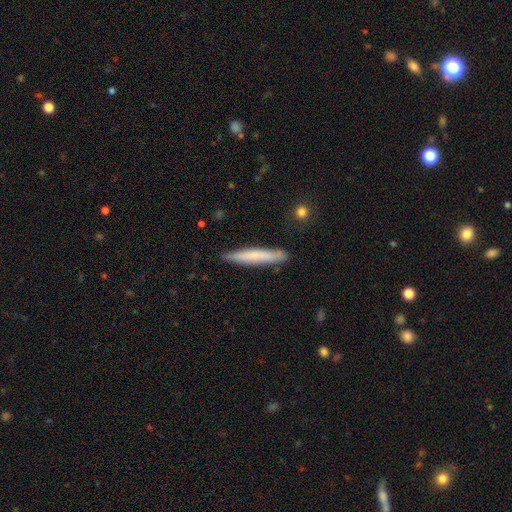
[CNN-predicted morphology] This appears to be a smooth galaxy with no disk features (68%) that is cigar-shaped (95%). Merging: none (87%).